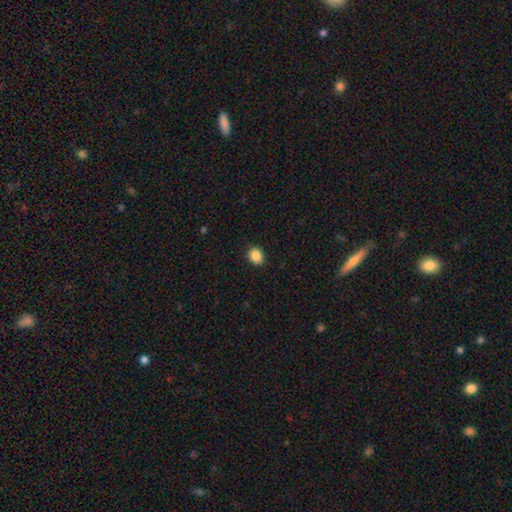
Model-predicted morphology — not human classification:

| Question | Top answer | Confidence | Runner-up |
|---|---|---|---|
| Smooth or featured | smooth | 87% | star or artifact (9%) |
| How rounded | round | 50% | in between (49%) |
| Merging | none | 89% | minor disturbance (8%) |